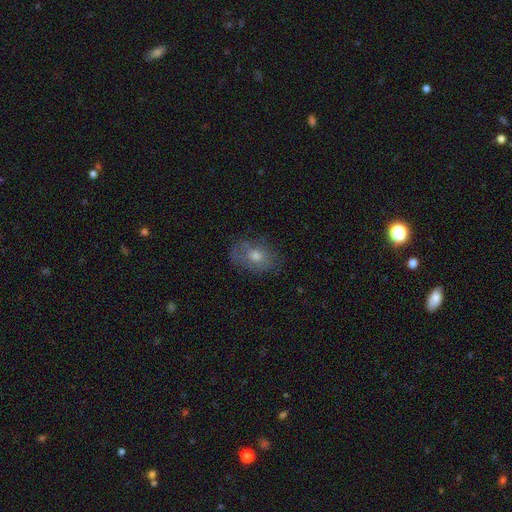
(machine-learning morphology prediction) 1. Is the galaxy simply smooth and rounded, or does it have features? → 58% smooth, 29% featured or disk, 12% star or artifact.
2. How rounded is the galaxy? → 76% in between, 22% round, 2% cigar-shaped.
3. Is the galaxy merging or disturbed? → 72% none, 20% minor disturbance, 6% major disturbance, 1% merger.